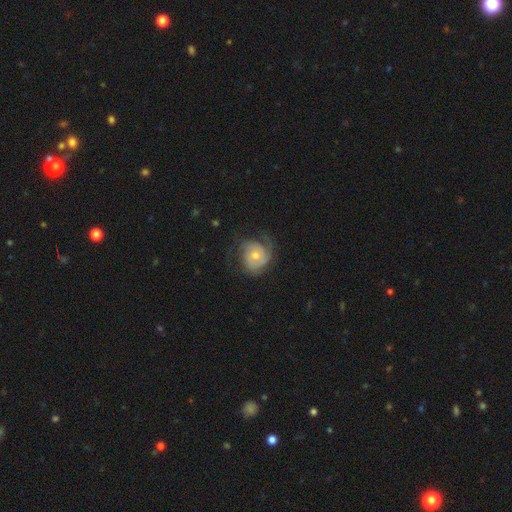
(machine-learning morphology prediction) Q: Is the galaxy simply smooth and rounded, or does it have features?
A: featured or disk — 61%.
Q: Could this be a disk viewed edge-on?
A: no — 97%.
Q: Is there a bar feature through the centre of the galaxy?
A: no — 80%.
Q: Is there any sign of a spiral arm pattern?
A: yes — 85%.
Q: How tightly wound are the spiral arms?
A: tight — 47%.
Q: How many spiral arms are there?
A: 2 — 31%.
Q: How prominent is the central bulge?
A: moderate — 48%.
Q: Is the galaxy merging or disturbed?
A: none — 54%.